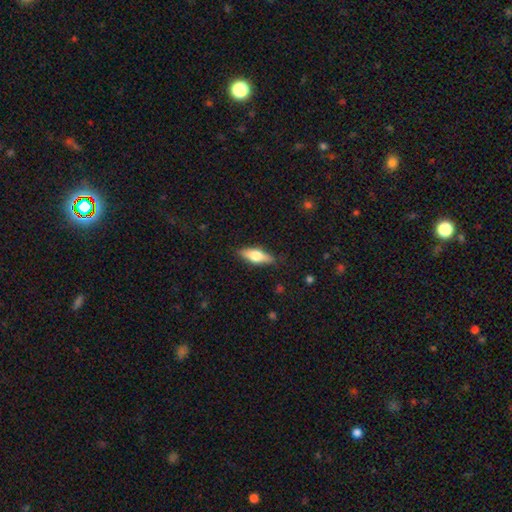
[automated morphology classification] Smooth or featured?
  - smooth: 60% *
  - featured or disk: 34%
  - star or artifact: 6%
How rounded?
  - in between: 61% *
  - cigar-shaped: 36%
  - round: 3%
Merging?
  - none: 85% *
  - minor disturbance: 12%
  - major disturbance: 3%
  - merger: 1%